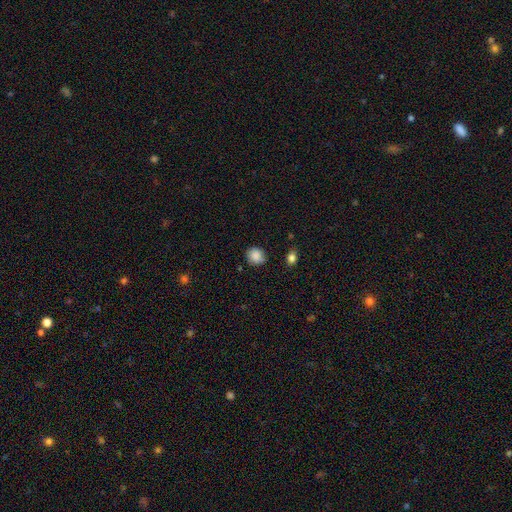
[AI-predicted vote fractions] This is clearly a smooth galaxy (87%). How rounded: clearly round (81%). Merging: clearly none (80%).